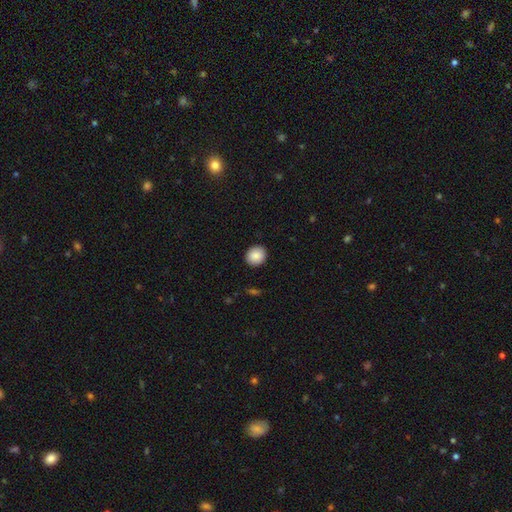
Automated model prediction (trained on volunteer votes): smooth 89%, star or artifact 8%, featured or disk 4%. Down the decision tree: how rounded — round (81%); merging — none (91%).